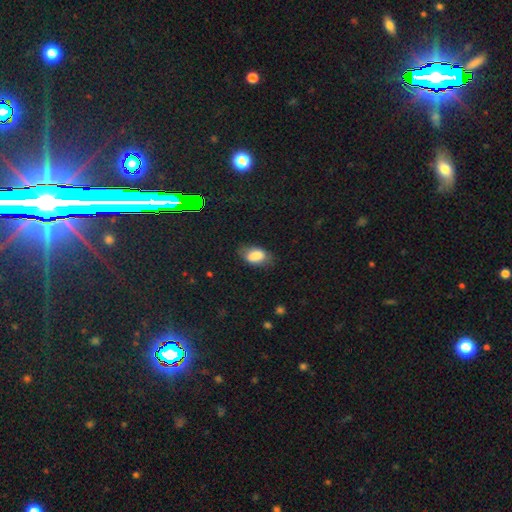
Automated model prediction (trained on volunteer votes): smooth-or-featured: smooth: 82% | featured or disk: 9% | star or artifact: 8%
  how-rounded: in between: 90% | round: 8% | cigar-shaped: 2%
  merging: none: 68% | minor disturbance: 23% | major disturbance: 7% | merger: 1%